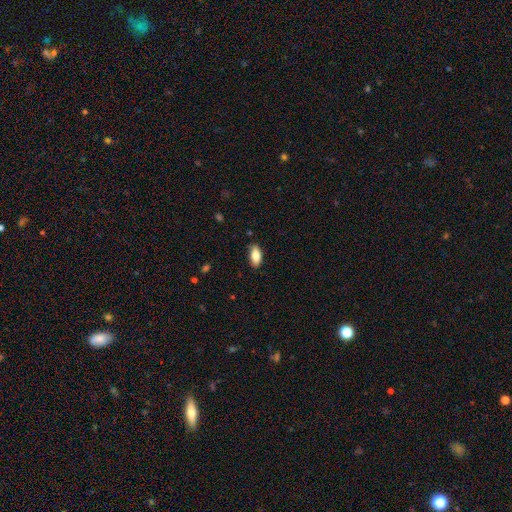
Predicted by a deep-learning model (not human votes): The model was most divided on "merging": none: 81%, minor disturbance: 15%, major disturbance: 2%, merger: 1%. More confident: how rounded — in between (88%); smooth or featured — smooth (81%).